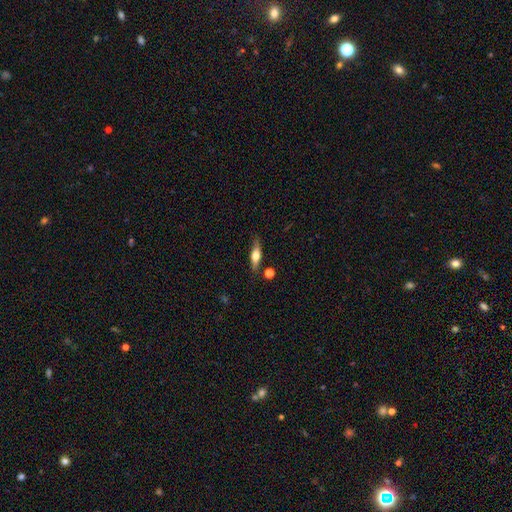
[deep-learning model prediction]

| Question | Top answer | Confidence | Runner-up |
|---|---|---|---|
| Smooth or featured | smooth | 48% | featured or disk (45%) |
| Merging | none | 78% | minor disturbance (14%) |